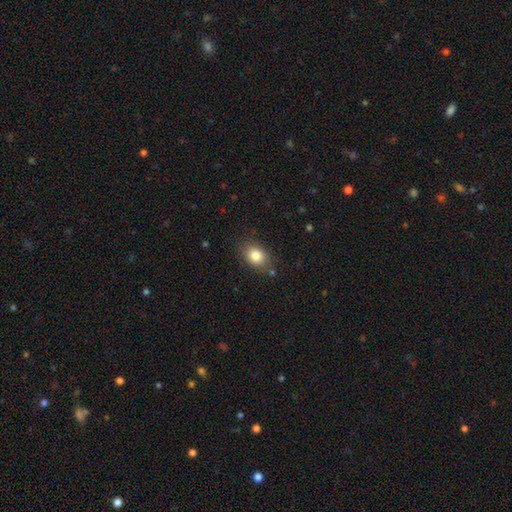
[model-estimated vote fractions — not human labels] Morphology: type=smooth (83%); roundness=in between (69%); merging=none (80%).